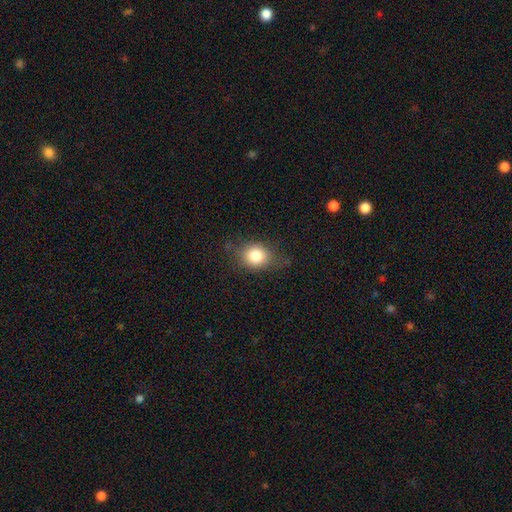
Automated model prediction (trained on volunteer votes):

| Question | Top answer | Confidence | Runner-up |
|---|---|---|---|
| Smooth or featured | smooth | 81% | star or artifact (10%) |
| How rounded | round | 63% | in between (36%) |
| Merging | none | 69% | minor disturbance (22%) |